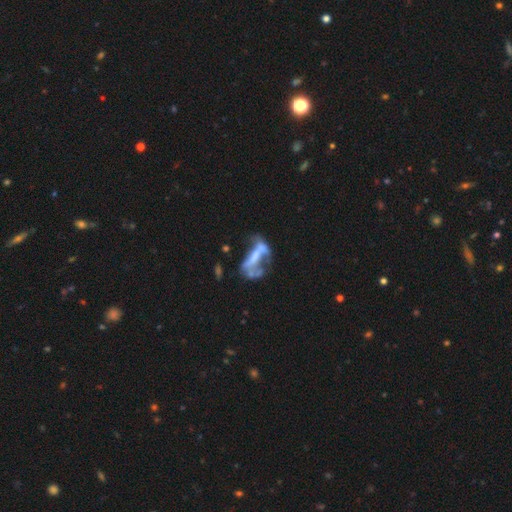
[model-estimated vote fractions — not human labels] smooth_or_featured: featured or disk (p=0.62) [alt: smooth p=0.25]
disk_edge_on: no (p=0.91) [alt: yes p=0.09]
bar: no (p=0.61) [alt: strong p=0.21]
has_spiral_arms: no (p=0.79) [alt: yes p=0.21]
bulge_size: none (p=0.52) [alt: small p=0.20]
merging: major disturbance (p=0.40) [alt: merger p=0.23]